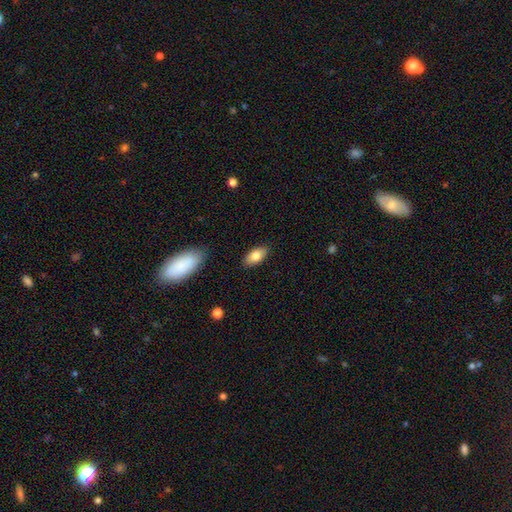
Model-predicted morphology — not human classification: This is clearly a smooth galaxy (81%). How rounded: clearly in between (91%). Merging: clearly none (87%).